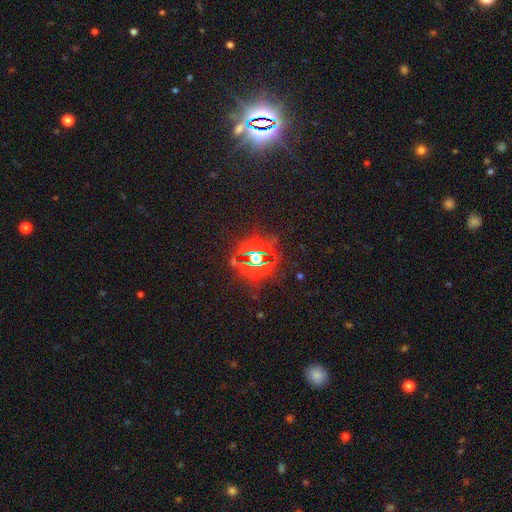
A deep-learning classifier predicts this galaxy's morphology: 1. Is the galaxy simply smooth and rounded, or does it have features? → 79% star or artifact, 12% smooth, 8% featured or disk.